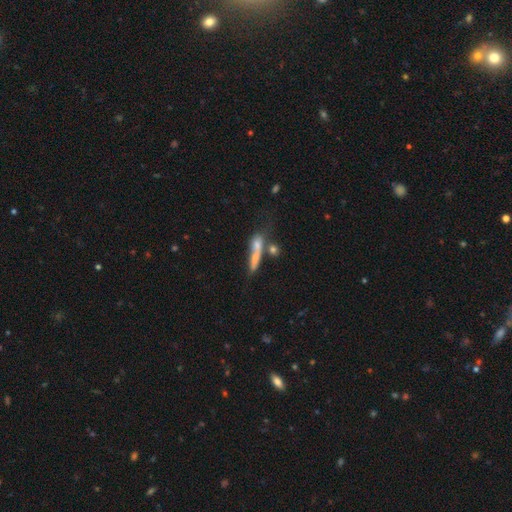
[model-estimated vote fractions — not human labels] Smooth or featured: smooth — 58% (featured or disk — 31%)
How rounded: cigar-shaped — 72% (in between — 21%)
Merging: merger — 36% (none — 35%)